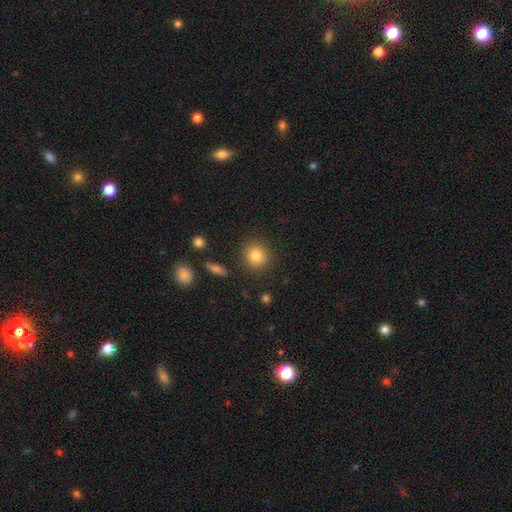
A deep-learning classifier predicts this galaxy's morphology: type=smooth (84%); roundness=round (85%); merging=none (88%).